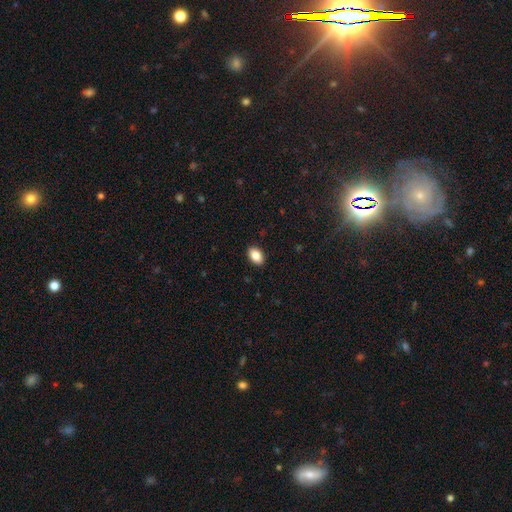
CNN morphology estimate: This is clearly a smooth galaxy (87%). How rounded: clearly in between (90%). Merging: clearly none (90%).